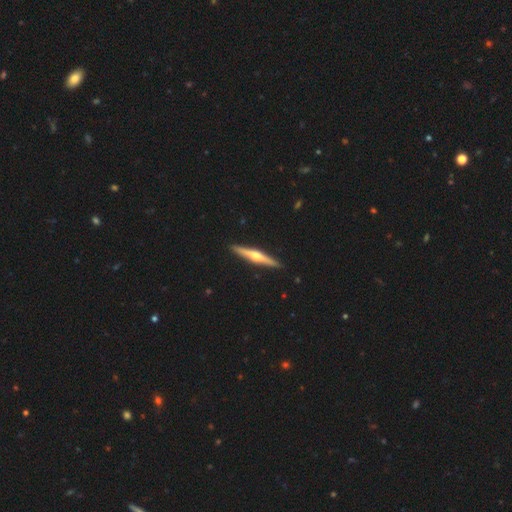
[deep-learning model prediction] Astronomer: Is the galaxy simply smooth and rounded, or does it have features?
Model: featured or disk — 73%.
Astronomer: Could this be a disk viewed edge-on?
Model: yes — 98%.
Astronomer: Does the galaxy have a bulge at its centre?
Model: rounded — 92%.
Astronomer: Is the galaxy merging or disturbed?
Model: none — 92%.